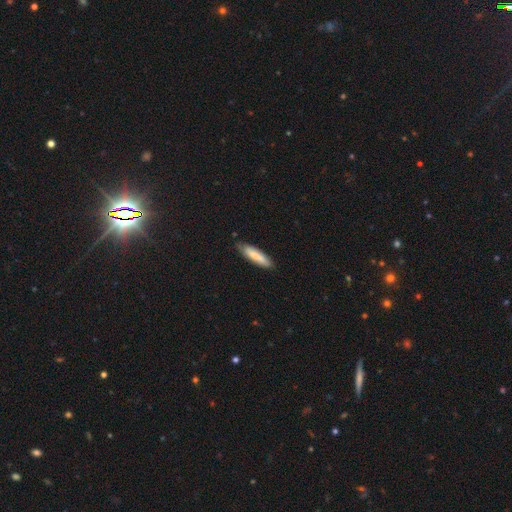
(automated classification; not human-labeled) Smooth or featured? smooth (79%)
How rounded? cigar-shaped (73%)
Merging? none (80%)